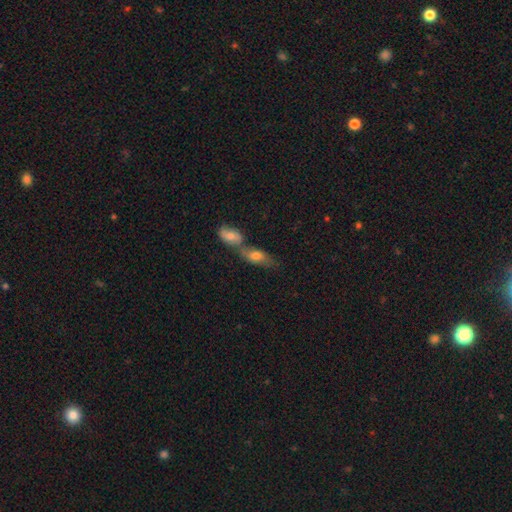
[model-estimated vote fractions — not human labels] The model was most divided on "merging": merger: 59%, none: 29%, minor disturbance: 8%, major disturbance: 4%. More confident: how rounded — in between (75%); smooth or featured — smooth (64%).